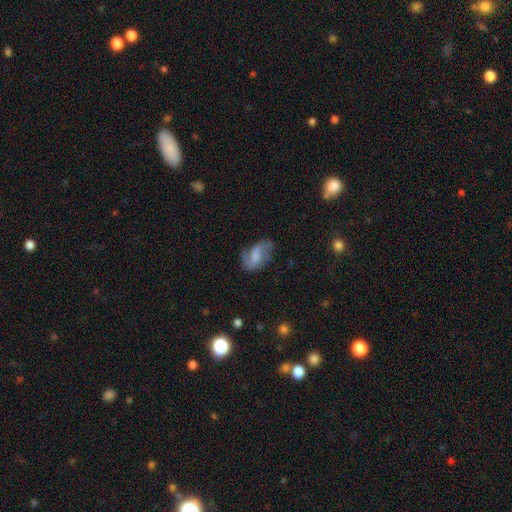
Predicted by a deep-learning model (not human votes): Smooth or featured? Predicted: featured or disk (p=0.56). Edge-on disk? Predicted: no (p=0.96). Bar? Predicted: weak (p=0.49). Spiral arms? Predicted: yes (p=0.84). Bulge size? Predicted: none (p=0.31, tied with moderate). Merging? Predicted: none (p=0.57).